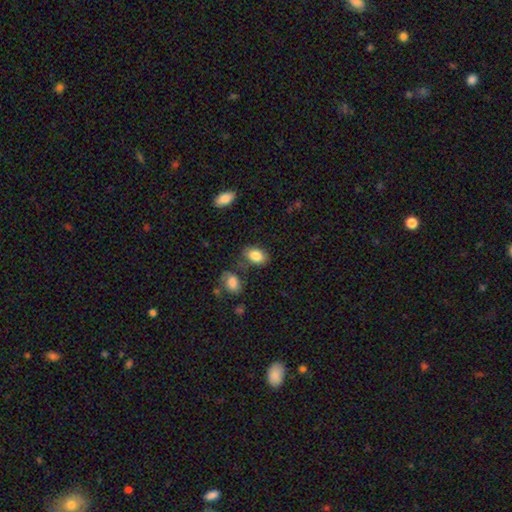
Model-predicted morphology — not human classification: A smooth galaxy with no disk features (85%) that is in between round and cigar-shaped (88%).

Vote fractions:
- Smooth or featured? smooth: 85% / featured or disk: 7% / star or artifact: 7%
- How rounded? in between: 88% / round: 10% / cigar-shaped: 1%
- Merging? none: 72% / minor disturbance: 17% / merger: 7% / major disturbance: 5%